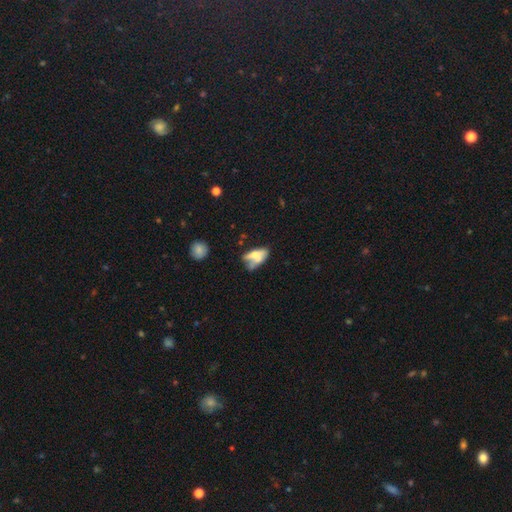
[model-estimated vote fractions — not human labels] A smooth galaxy with no disk features (50%).

Vote fractions:
- Smooth or featured? smooth: 50% / featured or disk: 41% / star or artifact: 9%
- Merging? merger: 38% / none: 29% / minor disturbance: 18% / major disturbance: 16%